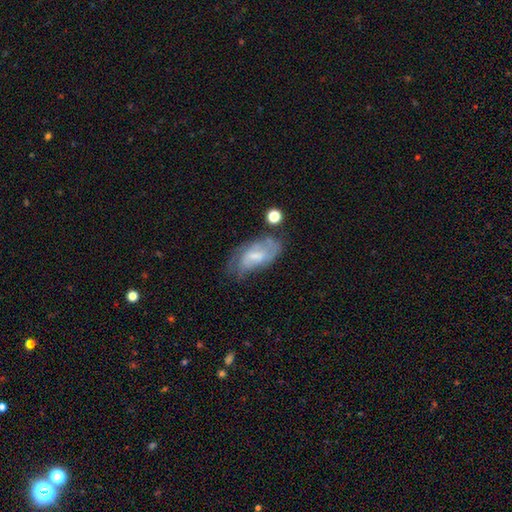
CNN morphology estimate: Smooth or featured? featured or disk (56%)
Edge-on disk? no (93%)
Bar? weak (46%)
Spiral arms? yes (74%)
Bulge size? small (39%)
Merging? none (47%)